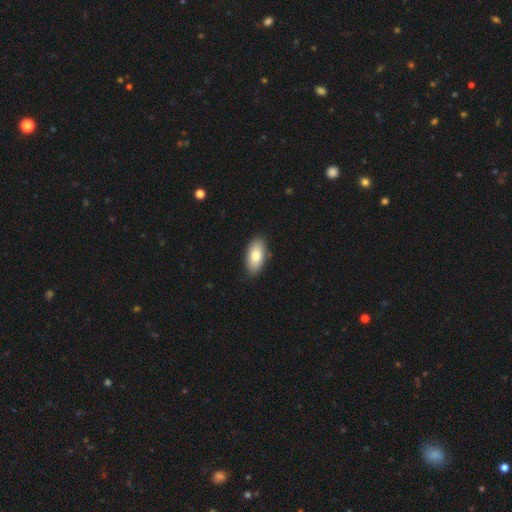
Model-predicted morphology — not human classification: This is likely a smooth galaxy (80%). How rounded: clearly in between (93%). Merging: clearly none (88%).